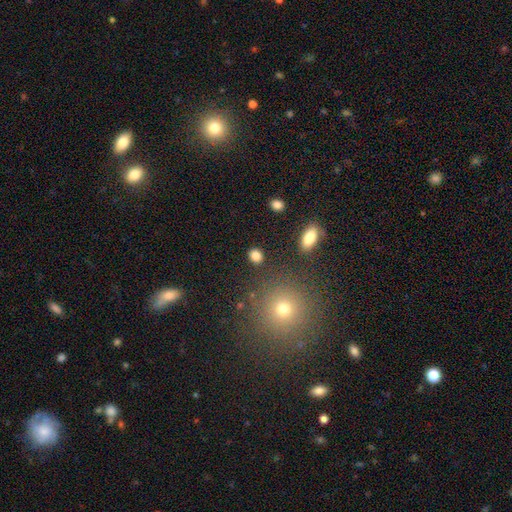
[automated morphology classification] Smooth or featured: smooth — 84% (star or artifact — 11%)
How rounded: round — 63% (in between — 36%)
Merging: none — 86% (minor disturbance — 8%)